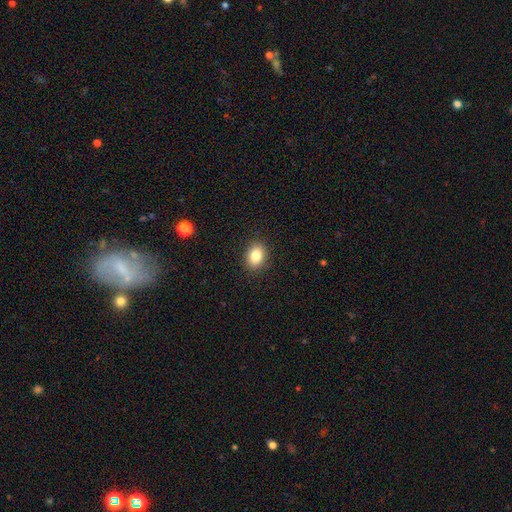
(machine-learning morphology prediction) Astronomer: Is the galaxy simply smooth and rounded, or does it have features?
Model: smooth — 85%.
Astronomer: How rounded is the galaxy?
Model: in between — 69%.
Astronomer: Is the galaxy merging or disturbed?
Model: none — 89%.